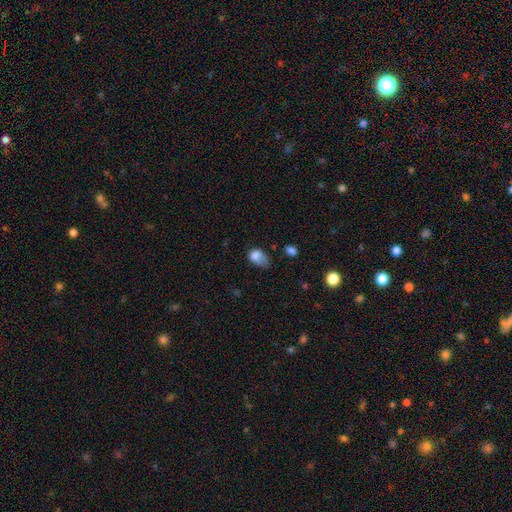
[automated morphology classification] Q: Smooth or featured?
A: smooth (77%); runner-up: featured or disk (13%)
Q: How rounded?
A: in between (77%); runner-up: round (22%)
Q: Merging?
A: minor disturbance (40%); runner-up: major disturbance (32%)